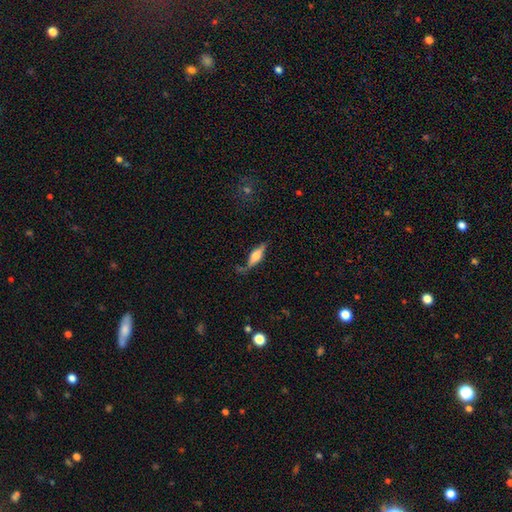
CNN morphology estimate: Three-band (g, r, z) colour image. It shows a featured or disk galaxy (52%) viewed edge-on (91%). Merging: none (65%).